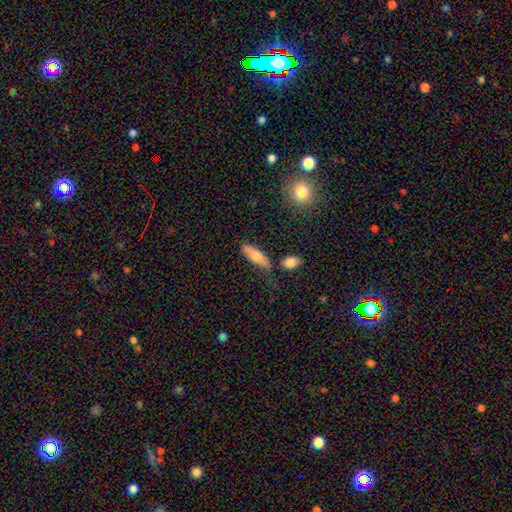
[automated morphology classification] This appears to be a smooth galaxy with no disk features (70%) that is in between round and cigar-shaped (50%). Merging: none (71%).